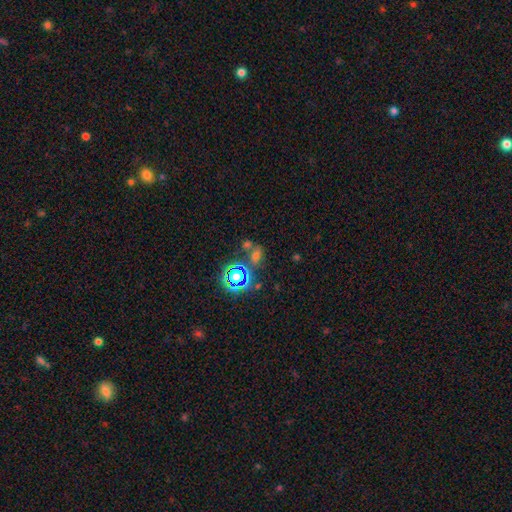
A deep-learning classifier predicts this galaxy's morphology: Smooth or featured: star or artifact — 45% (smooth — 44%)